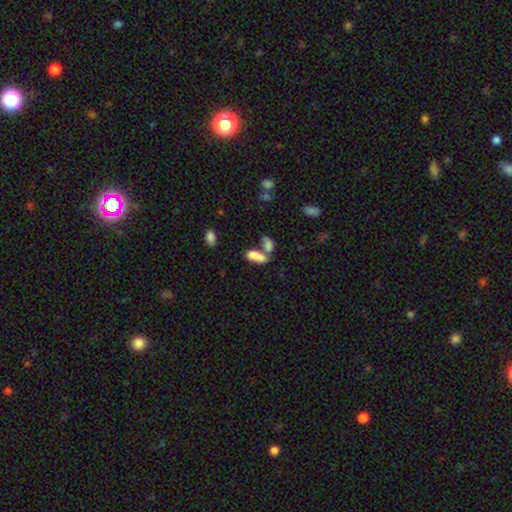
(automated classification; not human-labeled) smooth_or_featured: smooth (p=0.81) [alt: featured or disk p=0.10]
how_rounded: in between (p=0.78) [alt: cigar-shaped p=0.18]
merging: merger (p=0.54) [alt: none p=0.30]